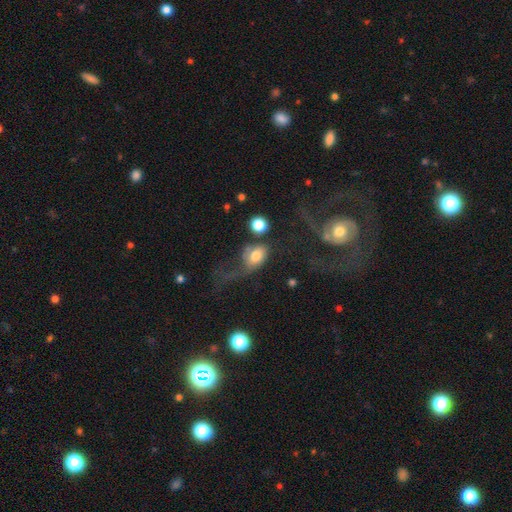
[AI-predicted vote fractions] A smooth galaxy with no disk features (69%) that is in between round and cigar-shaped (64%). Merging: major disturbance (42%).